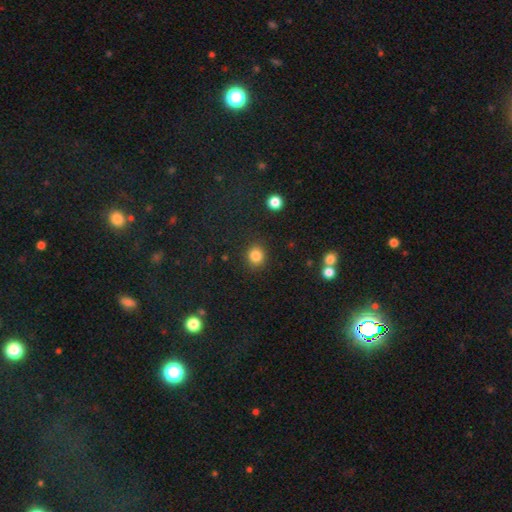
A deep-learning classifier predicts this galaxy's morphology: Smooth or featured?
  - smooth: 84% *
  - star or artifact: 11%
  - featured or disk: 5%
How rounded?
  - round: 84% *
  - in between: 15%
  - cigar-shaped: 1%
Merging?
  - none: 89% *
  - minor disturbance: 7%
  - major disturbance: 3%
  - merger: 2%